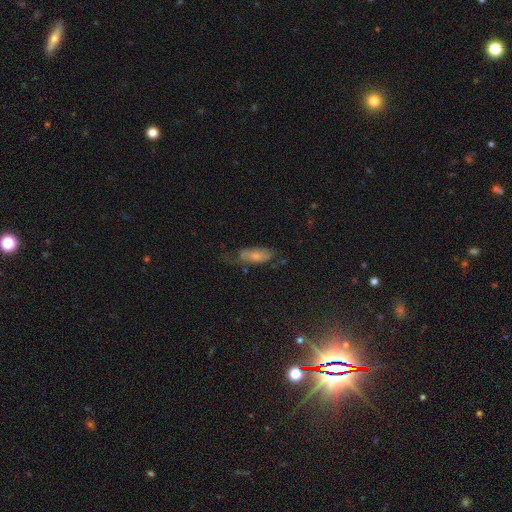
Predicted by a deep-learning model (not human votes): Smooth or featured: smooth — 66% (featured or disk — 26%)
How rounded: in between — 74% (cigar-shaped — 24%)
Merging: none — 44% (minor disturbance — 33%)